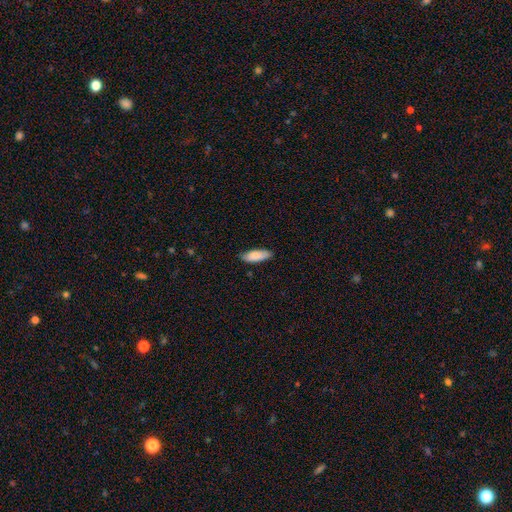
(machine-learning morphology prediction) This is clearly a smooth galaxy (87%). How rounded: likely in between (66%). Merging: clearly none (83%).